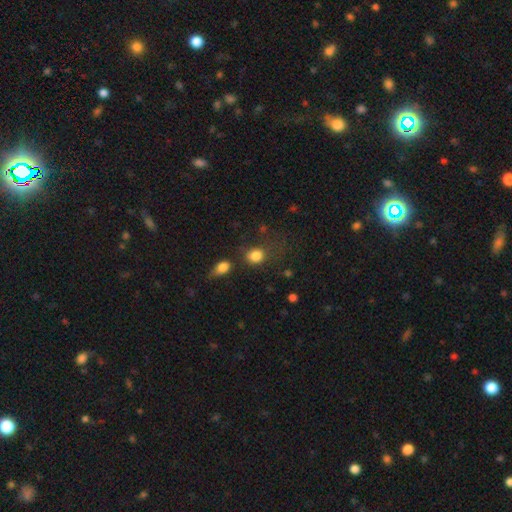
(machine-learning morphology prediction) Smooth or featured? smooth (83%)
How rounded? round (58%)
Merging? none (56%)